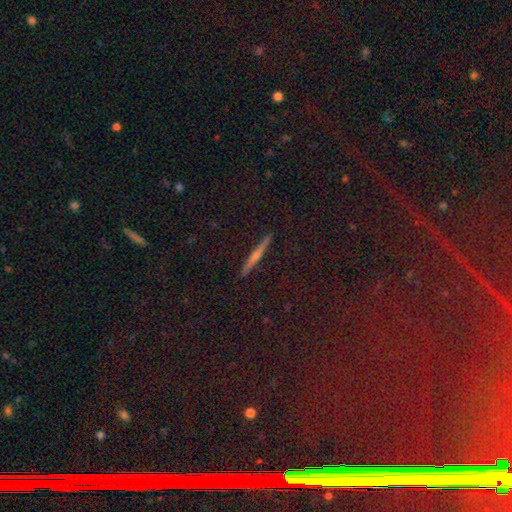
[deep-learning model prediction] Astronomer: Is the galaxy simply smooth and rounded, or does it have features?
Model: featured or disk — 60%.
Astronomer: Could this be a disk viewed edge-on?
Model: yes — 97%.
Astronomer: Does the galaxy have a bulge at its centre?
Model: rounded — 72%.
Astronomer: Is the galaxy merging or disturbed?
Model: none — 92%.